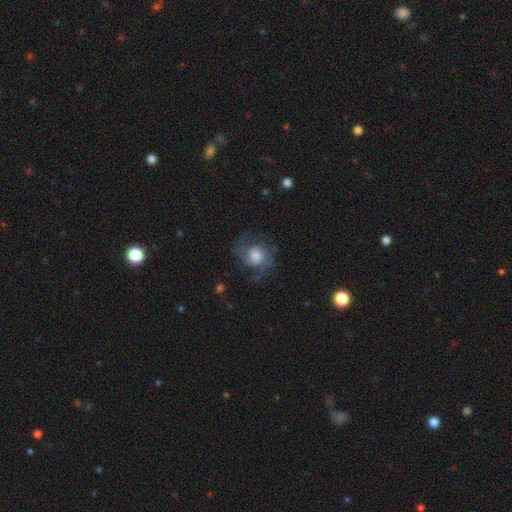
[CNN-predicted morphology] smooth_or_featured: featured or disk (p=0.67) [alt: smooth p=0.25]
disk_edge_on: no (p=0.98) [alt: yes p=0.02]
bar: no (p=0.70) [alt: weak p=0.27]
has_spiral_arms: yes (p=0.91) [alt: no p=0.09]
spiral_winding: medium (p=0.48) [alt: tight p=0.31]
spiral_arm_count: 2 (p=0.67) [alt: can't tell p=0.15]
bulge_size: large (p=0.39) [alt: moderate p=0.37]
merging: none (p=0.66) [alt: minor disturbance p=0.18]